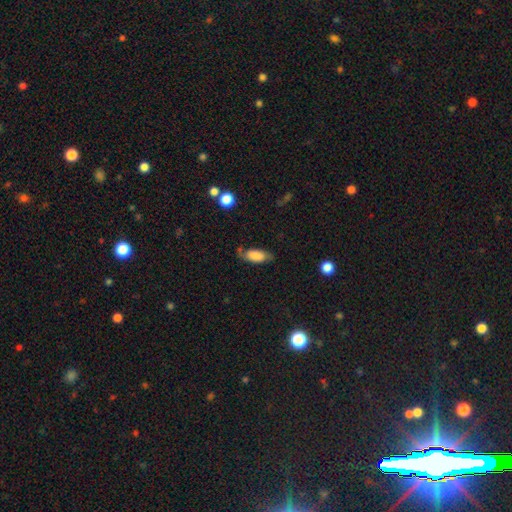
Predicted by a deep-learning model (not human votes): This is likely a smooth galaxy (68%). How rounded: clearly in between (83%). Merging: likely none (63%).